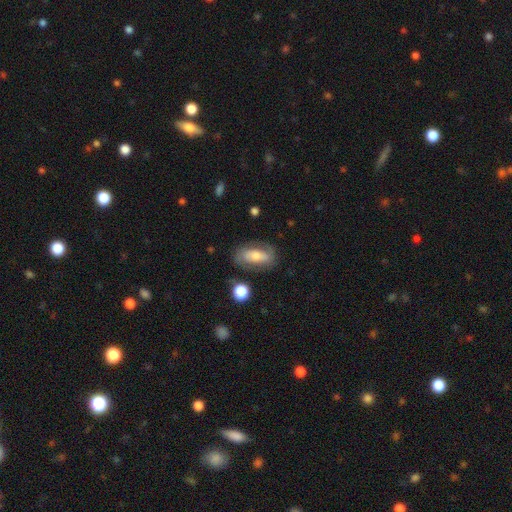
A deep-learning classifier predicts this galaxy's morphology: A smooth galaxy with no disk features (48%). Merging: none (71%).